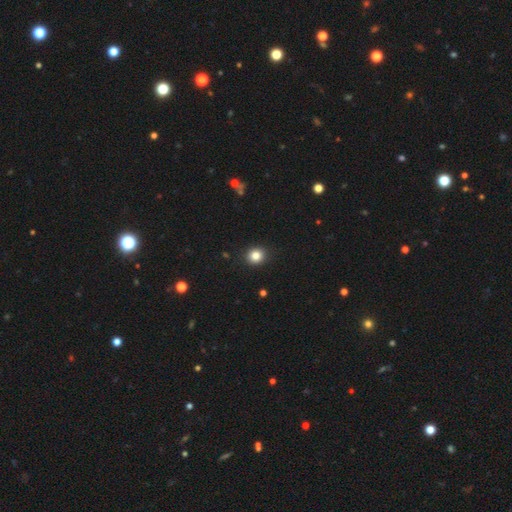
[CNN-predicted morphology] smooth-or-featured: smooth: 83% | star or artifact: 11% | featured or disk: 5%
  how-rounded: round: 83% | in between: 16% | cigar-shaped: 1%
  merging: none: 91% | minor disturbance: 6% | major disturbance: 2% | merger: 1%